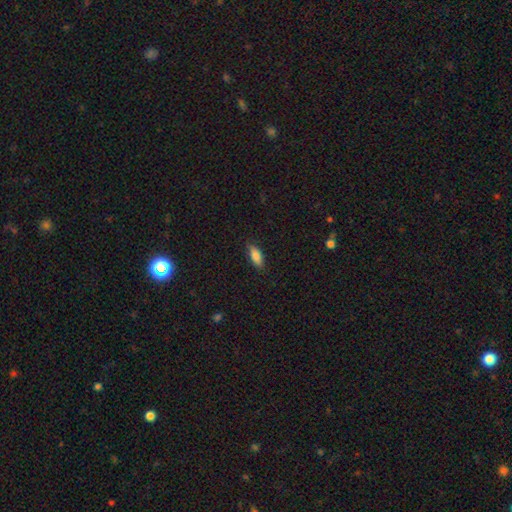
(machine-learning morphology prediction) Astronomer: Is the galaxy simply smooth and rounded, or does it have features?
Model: smooth — 85%.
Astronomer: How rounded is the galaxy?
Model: in between — 79%.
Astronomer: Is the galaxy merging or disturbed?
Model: none — 83%.